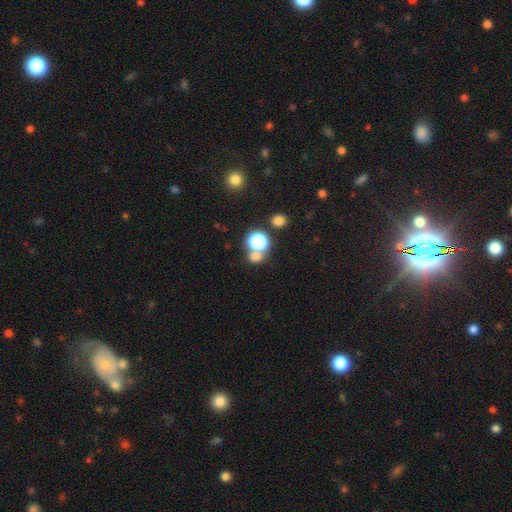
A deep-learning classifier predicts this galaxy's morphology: Overall: smooth (65%; star or artifact 27%). How rounded: round (74%). Merging: none (56%; merger 32%).